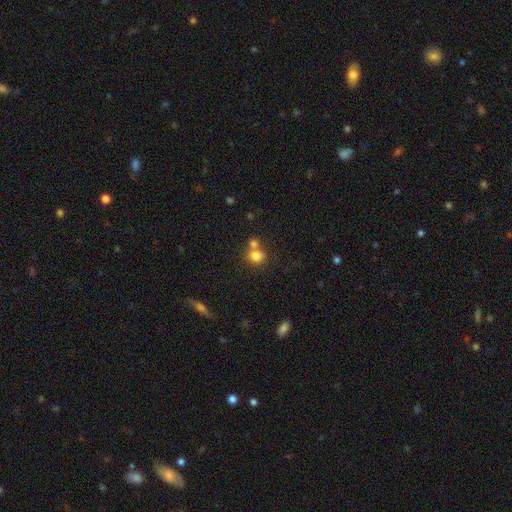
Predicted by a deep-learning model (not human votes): Morphology: type=smooth (77%); roundness=round (71%); merging=merger (44%).